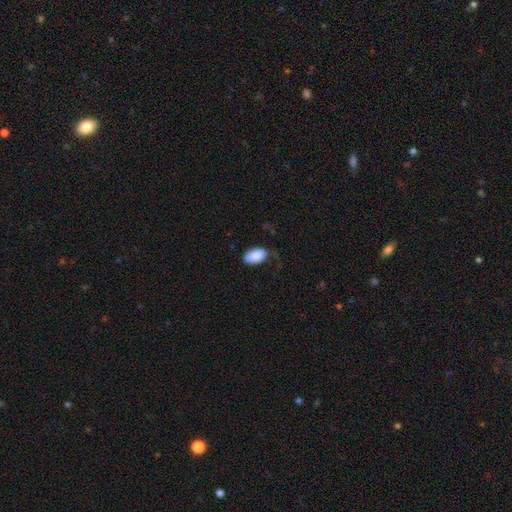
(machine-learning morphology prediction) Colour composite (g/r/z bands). It shows a smooth galaxy with no disk features (87%) that is in between round and cigar-shaped (95%). Merging: none (63%).